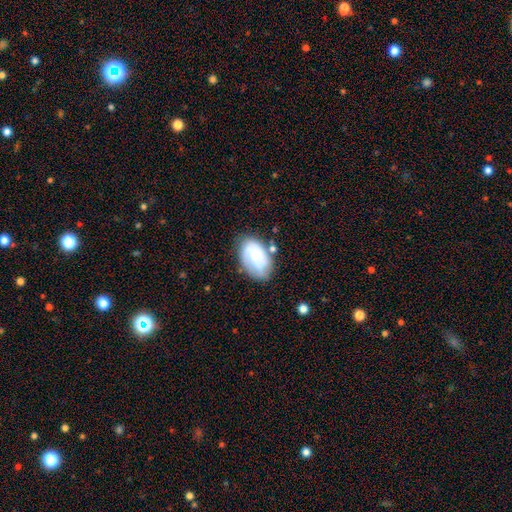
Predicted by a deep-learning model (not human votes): smooth_or_featured: featured or disk (p=0.51) [alt: smooth p=0.42]
disk_edge_on: no (p=0.96) [alt: yes p=0.04]
merging: none (p=0.62) [alt: minor disturbance p=0.23]